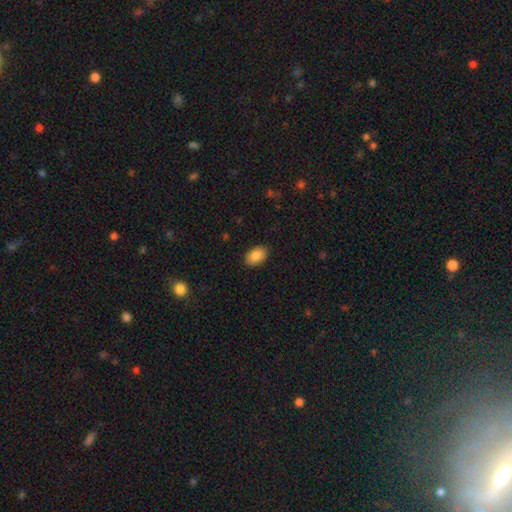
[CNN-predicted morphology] The model was most divided on "merging": none: 87%, minor disturbance: 10%, major disturbance: 2%, merger: 1%. More confident: how rounded — in between (90%); smooth or featured — smooth (88%).